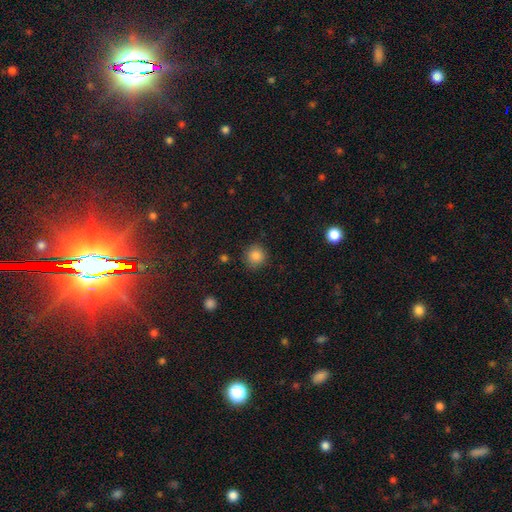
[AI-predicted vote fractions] Smooth or featured: smooth — 85% (star or artifact — 11%)
How rounded: round — 93% (in between — 7%)
Merging: none — 88% (minor disturbance — 8%)